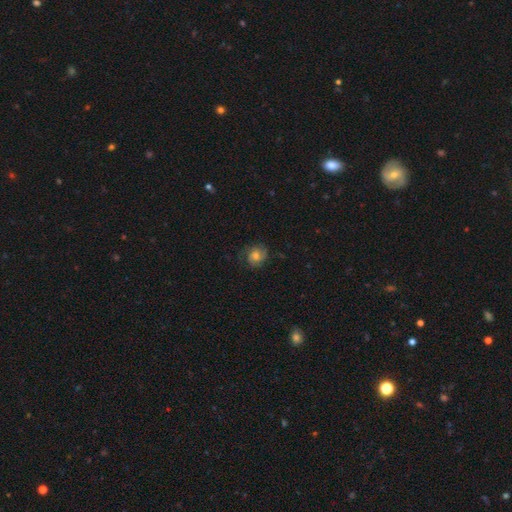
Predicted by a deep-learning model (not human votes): The model was most divided on "smooth or featured": featured or disk: 53%, smooth: 37%, star or artifact: 10%. More confident: edge-on disk — no (97%); spiral arms — yes (89%); bar — no (74%); merging — none (72%); bulge size — moderate (60%).